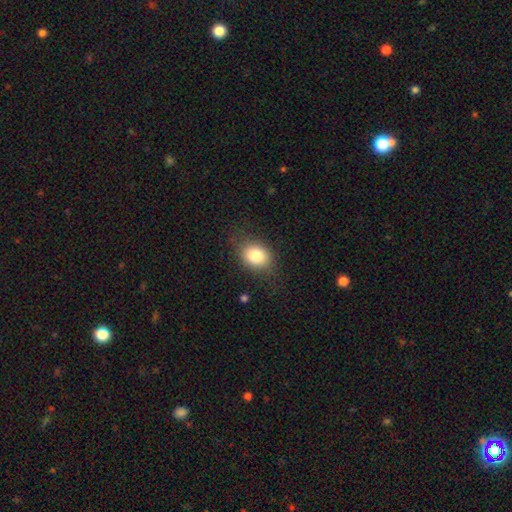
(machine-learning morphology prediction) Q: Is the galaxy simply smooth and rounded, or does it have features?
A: smooth — 82%.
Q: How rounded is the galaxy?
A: in between — 58%.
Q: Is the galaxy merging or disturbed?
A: none — 78%.